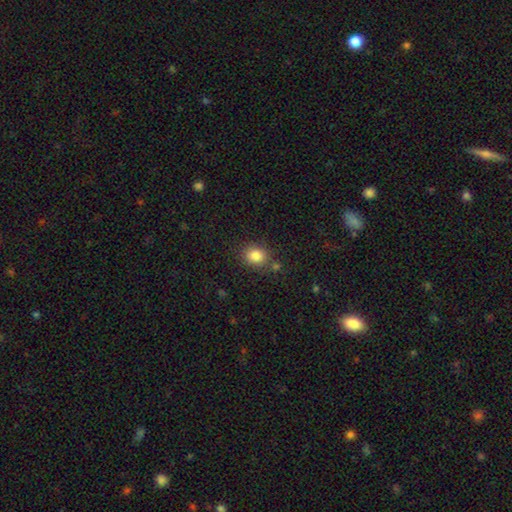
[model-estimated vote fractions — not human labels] The model was most divided on "how rounded": round: 62%, in between: 37%, cigar-shaped: 1%. More confident: smooth or featured — smooth (83%); merging — none (77%).